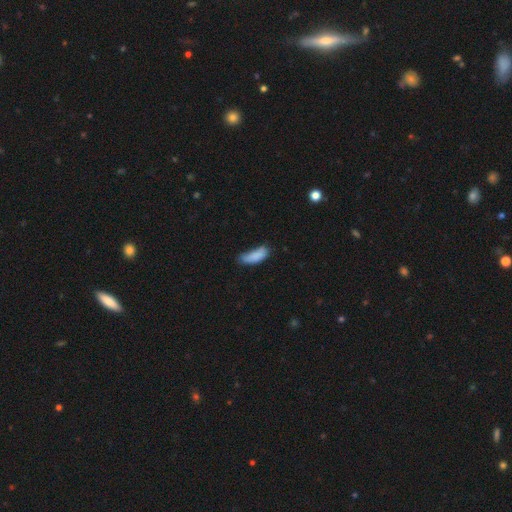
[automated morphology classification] type=smooth (85%); roundness=in between (73%); merging=none (45%).